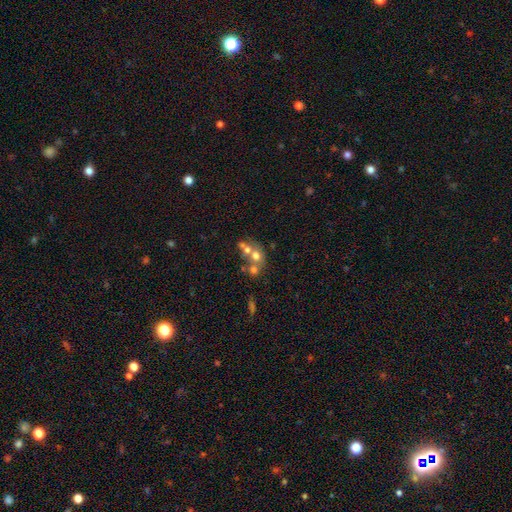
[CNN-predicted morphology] smooth-or-featured: smooth: 54% | featured or disk: 31% | star or artifact: 15%
  how-rounded: round: 68% | in between: 31% | cigar-shaped: 1%
  merging: merger: 57% | none: 30% | minor disturbance: 7% | major disturbance: 5%